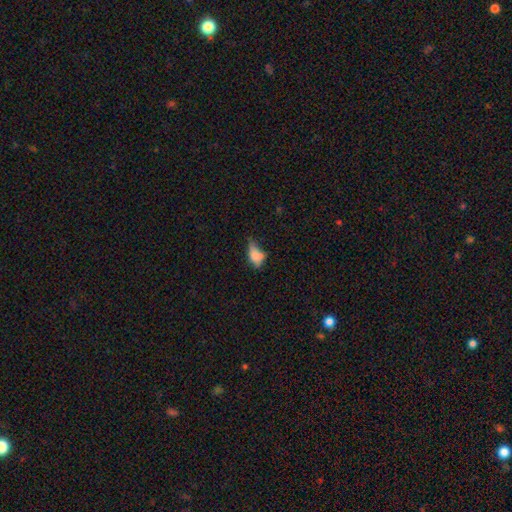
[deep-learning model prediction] smooth_or_featured: smooth (p=0.68) [alt: featured or disk p=0.20]
how_rounded: in between (p=0.82) [alt: cigar-shaped p=0.11]
merging: minor disturbance (p=0.34) [alt: none p=0.31]